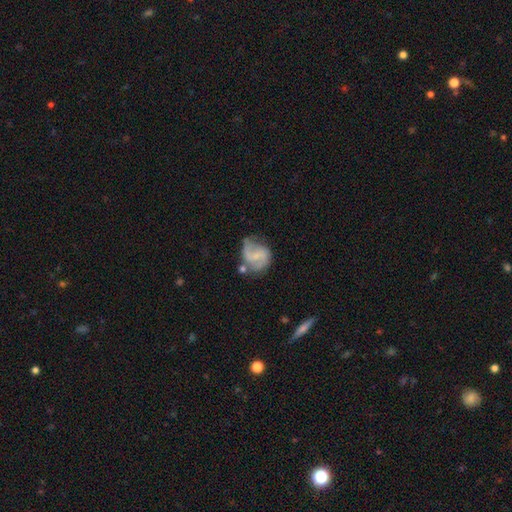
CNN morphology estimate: Smooth or featured: featured or disk — 71% (smooth — 22%)
Edge-on disk: no — 98% (yes — 2%)
Bar: weak — 48% (no — 36%)
Spiral arms: yes — 89% (no — 11%)
Spiral winding: medium — 45% (loose — 39%)
Spiral arm count: 2 — 82% (can't tell — 7%)
Bulge size: small — 47% (none — 36%)
Merging: none — 49% (minor disturbance — 26%)